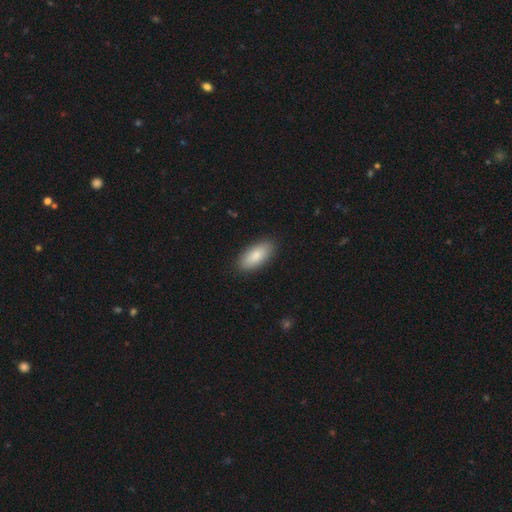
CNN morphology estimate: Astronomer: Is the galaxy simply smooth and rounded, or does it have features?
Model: smooth — 86%.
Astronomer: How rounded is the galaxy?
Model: in between — 91%.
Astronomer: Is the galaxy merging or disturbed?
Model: none — 88%.